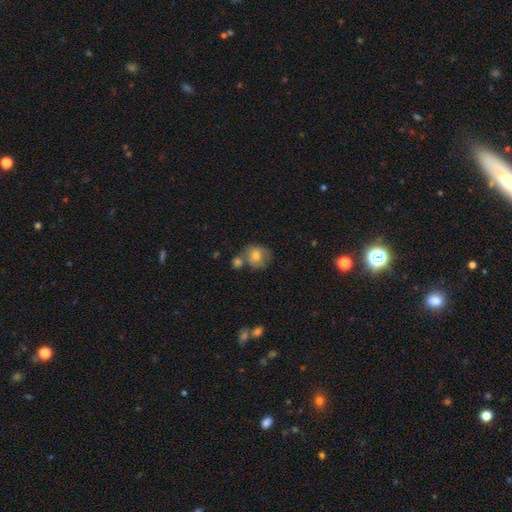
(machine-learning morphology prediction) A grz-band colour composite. It shows a smooth galaxy with no disk features (64%) that is round (75%). Merging: none (42%).